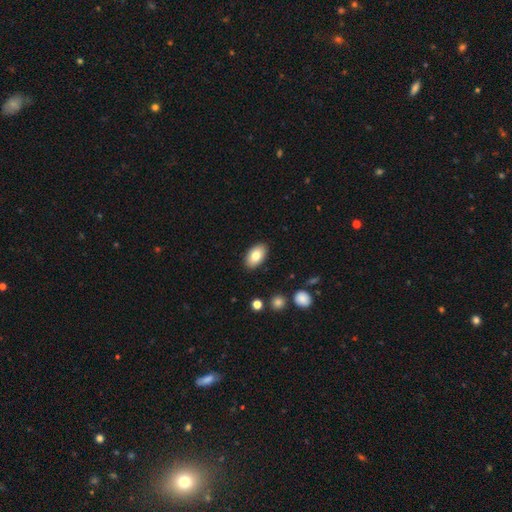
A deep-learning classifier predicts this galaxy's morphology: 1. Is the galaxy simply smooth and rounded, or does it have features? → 80% smooth, 13% featured or disk, 7% star or artifact.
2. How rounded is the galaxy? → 93% in between, 5% round, 2% cigar-shaped.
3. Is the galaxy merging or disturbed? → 88% none, 9% minor disturbance, 2% major disturbance, 1% merger.